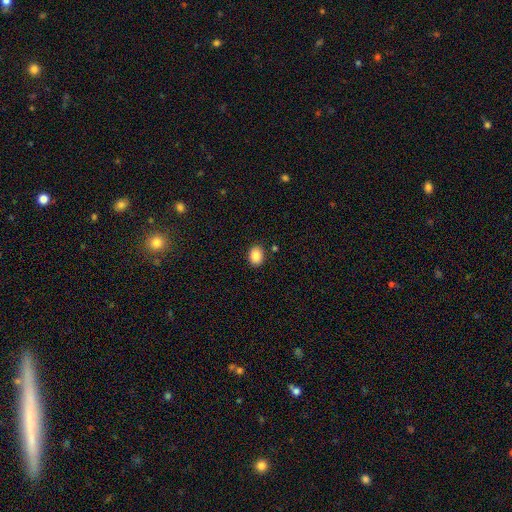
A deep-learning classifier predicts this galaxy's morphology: Smooth or featured? Predicted: smooth (p=0.88). How rounded? Predicted: in between (p=0.58). Merging? Predicted: none (p=0.86).